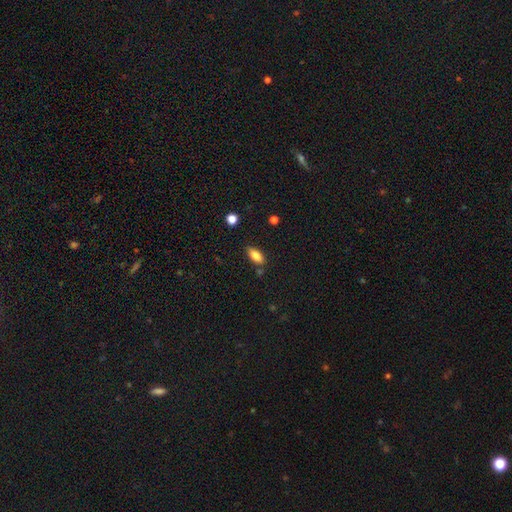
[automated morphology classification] smooth_or_featured: smooth (p=0.81) [alt: featured or disk p=0.11]
how_rounded: in between (p=0.85) [alt: cigar-shaped p=0.12]
merging: none (p=0.79) [alt: minor disturbance p=0.13]